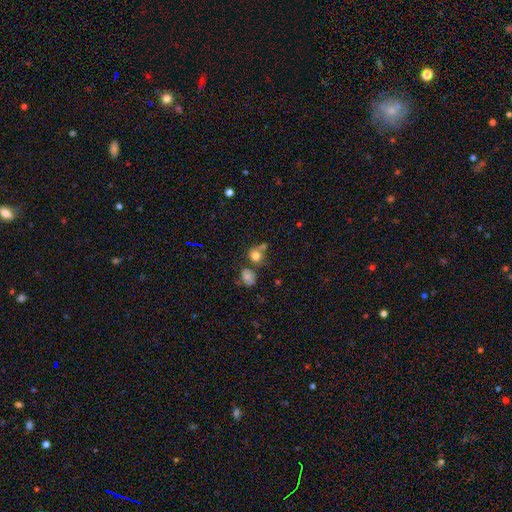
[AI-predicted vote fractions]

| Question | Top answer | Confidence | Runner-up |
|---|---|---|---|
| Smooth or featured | smooth | 76% | star or artifact (14%) |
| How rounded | round | 78% | in between (21%) |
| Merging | none | 50% | merger (27%) |